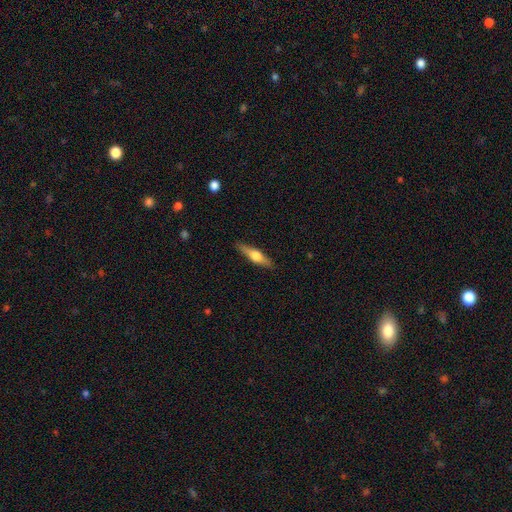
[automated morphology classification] smooth-or-featured: featured or disk: 55% | smooth: 39% | star or artifact: 6%
  disk-edge-on: yes: 95% | no: 5%
    edge-on-bulge: rounded: 93% | boxy: 4% | none: 3%
  merging: none: 89% | minor disturbance: 8% | major disturbance: 2% | merger: 1%